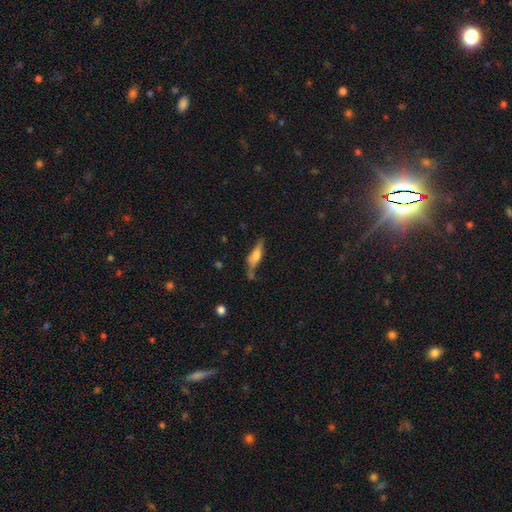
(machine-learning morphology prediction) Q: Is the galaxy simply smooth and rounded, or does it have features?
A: smooth — 50%.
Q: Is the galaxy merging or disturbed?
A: none — 57%.